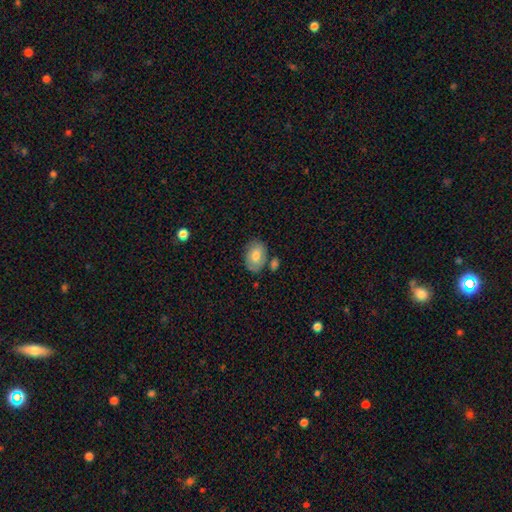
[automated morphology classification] Smooth or featured? smooth (72%)
How rounded? in between (79%)
Merging? none (67%)